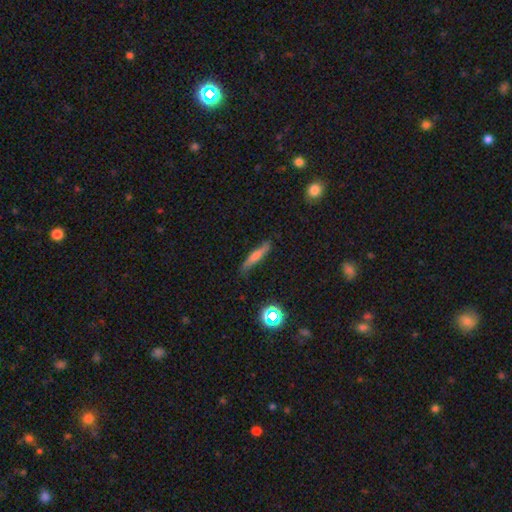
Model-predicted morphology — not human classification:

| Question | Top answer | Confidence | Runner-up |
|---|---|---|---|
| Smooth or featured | smooth | 50% | featured or disk (38%) |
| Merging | none | 83% | minor disturbance (13%) |